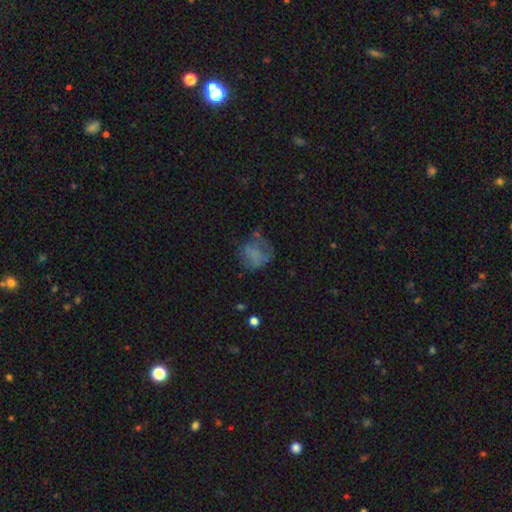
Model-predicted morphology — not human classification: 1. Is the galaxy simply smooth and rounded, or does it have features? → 57% smooth, 28% featured or disk, 15% star or artifact.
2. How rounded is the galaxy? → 61% round, 37% in between, 1% cigar-shaped.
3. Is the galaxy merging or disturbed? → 42% none, 30% major disturbance, 24% minor disturbance, 4% merger.